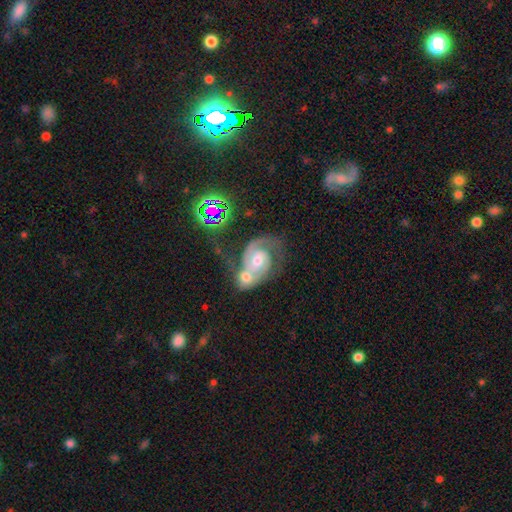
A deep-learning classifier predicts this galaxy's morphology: The model was most divided on "spiral winding": medium: 45%, tight: 43%, loose: 12%. More confident: edge-on disk — no (97%); spiral arms — yes (95%); smooth or featured — featured or disk (83%); spiral arm count — 2 (74%); bulge size — moderate (63%); bar — no (57%); merging — merger (50%).